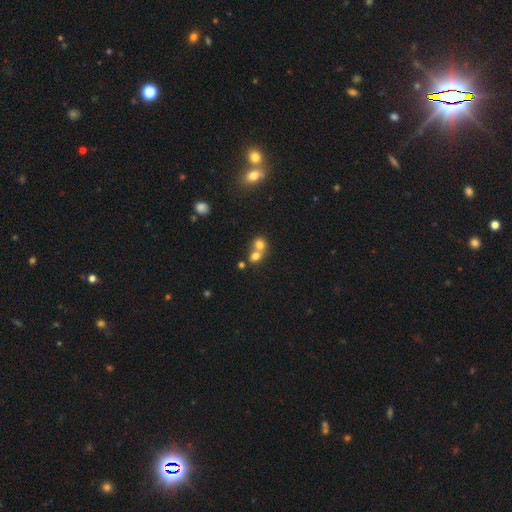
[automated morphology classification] Smooth or featured?
  - smooth: 74% *
  - featured or disk: 14%
  - star or artifact: 13%
How rounded?
  - round: 72% *
  - in between: 26%
  - cigar-shaped: 1%
Merging?
  - merger: 66% *
  - none: 28%
  - minor disturbance: 5%
  - major disturbance: 2%